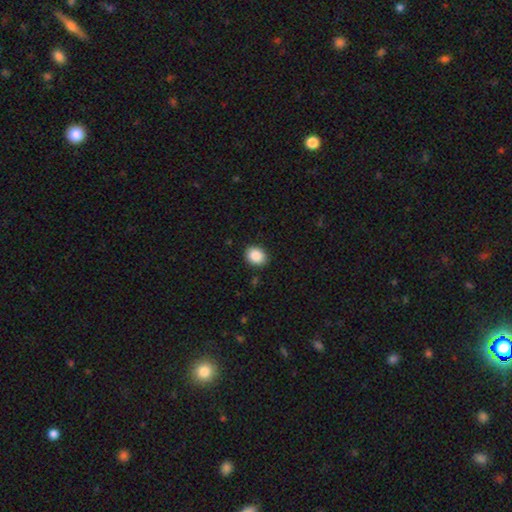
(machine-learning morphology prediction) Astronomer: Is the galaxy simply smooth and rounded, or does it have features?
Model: smooth — 88%.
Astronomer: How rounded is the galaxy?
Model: round — 50% (runner-up: in between, 49%).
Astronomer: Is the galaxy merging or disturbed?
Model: none — 89%.